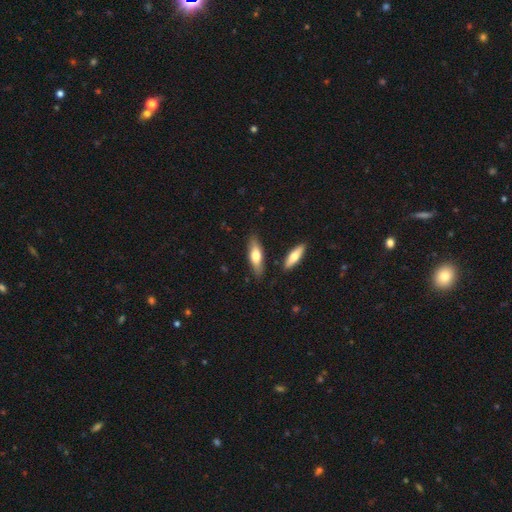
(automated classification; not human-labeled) smooth 63%, featured or disk 31%, star or artifact 6%. Down the decision tree: how rounded — cigar-shaped (51%); merging — none (81%).